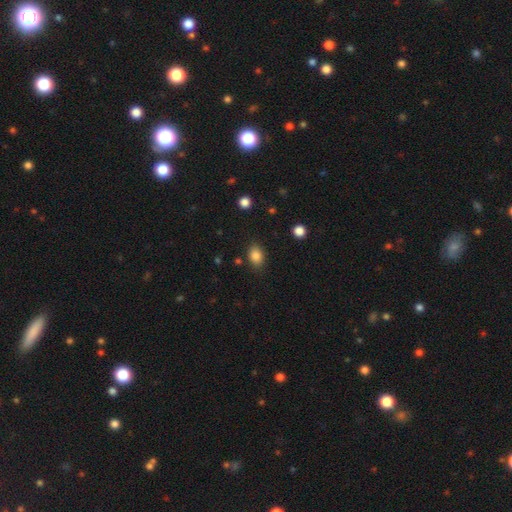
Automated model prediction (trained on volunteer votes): This is clearly a smooth galaxy (85%). How rounded: likely in between (72%). Merging: clearly none (83%).